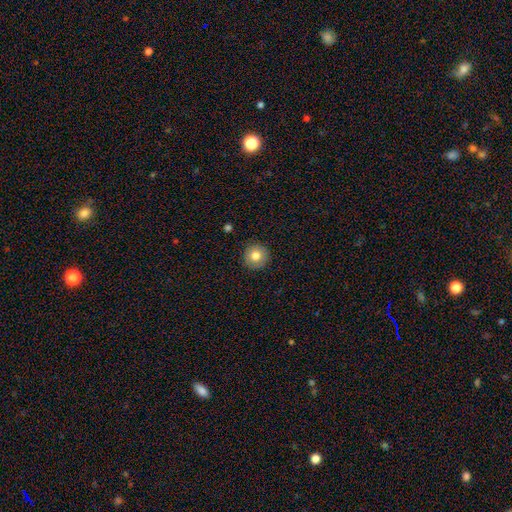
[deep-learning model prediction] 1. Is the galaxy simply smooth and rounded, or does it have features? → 79% smooth, 12% featured or disk, 9% star or artifact.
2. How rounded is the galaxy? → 95% round, 4% in between, 1% cigar-shaped.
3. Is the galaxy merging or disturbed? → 91% none, 6% minor disturbance, 2% major disturbance, 1% merger.